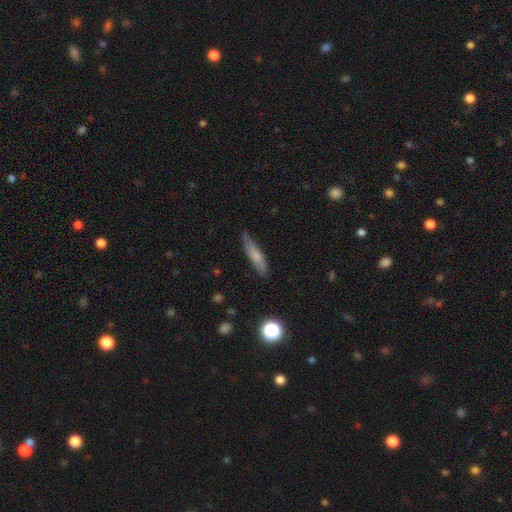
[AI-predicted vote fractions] smooth_or_featured: smooth (p=0.70) [alt: featured or disk p=0.22]
how_rounded: cigar-shaped (p=0.78) [alt: in between p=0.19]
merging: none (p=0.74) [alt: minor disturbance p=0.21]